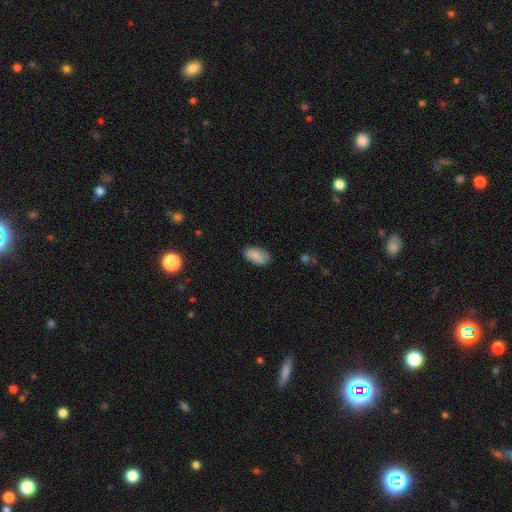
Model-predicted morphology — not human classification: A smooth galaxy with no disk features (84%) that is in between round and cigar-shaped (93%).

Vote fractions:
- Smooth or featured? smooth: 84% / featured or disk: 9% / star or artifact: 8%
- How rounded? in between: 93% / round: 4% / cigar-shaped: 2%
- Merging? none: 72% / minor disturbance: 21% / major disturbance: 5% / merger: 2%